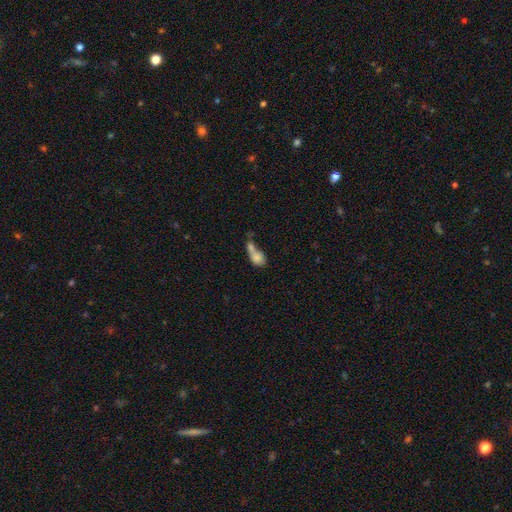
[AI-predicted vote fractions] Smooth or featured? smooth (74%)
How rounded? in between (61%)
Merging? merger (61%)